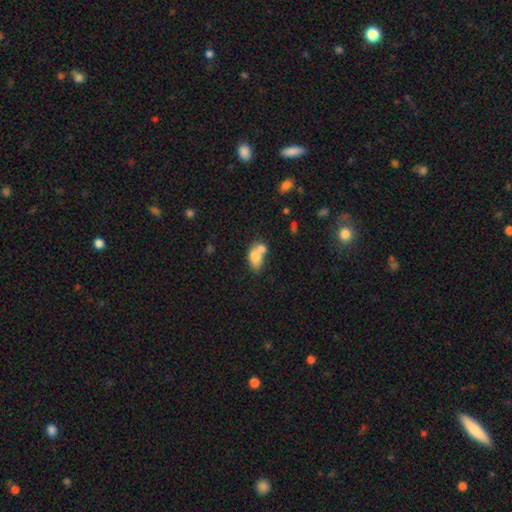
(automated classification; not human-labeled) smooth_or_featured: smooth (p=0.73) [alt: featured or disk p=0.18]
how_rounded: in between (p=0.81) [alt: round p=0.17]
merging: merger (p=0.60) [alt: none p=0.24]